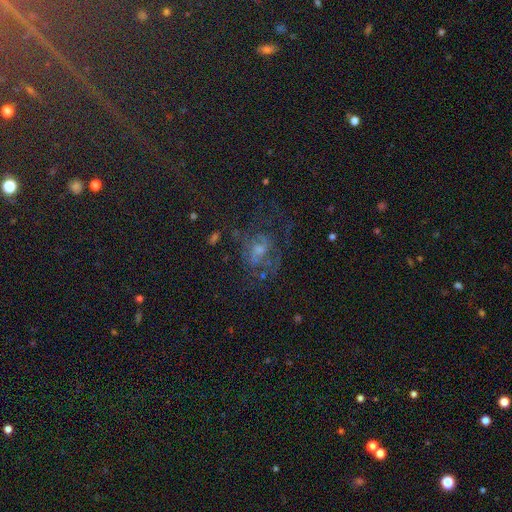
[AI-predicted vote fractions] smooth_or_featured: featured or disk (p=0.46) [alt: star or artifact p=0.29]
merging: none (p=0.48) [alt: major disturbance p=0.30]